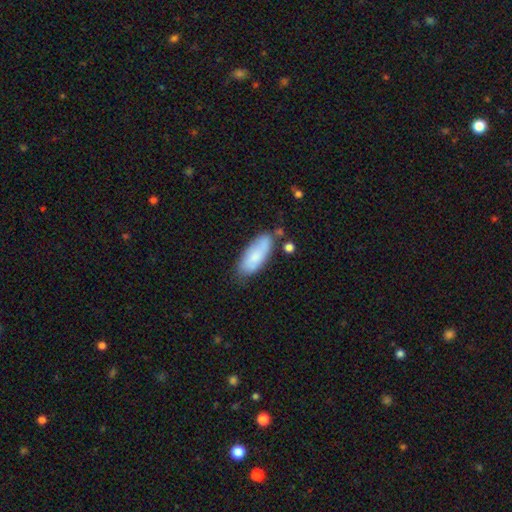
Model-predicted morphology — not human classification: Overall: smooth (78%). How rounded: in between (77%). Merging: none (68%).